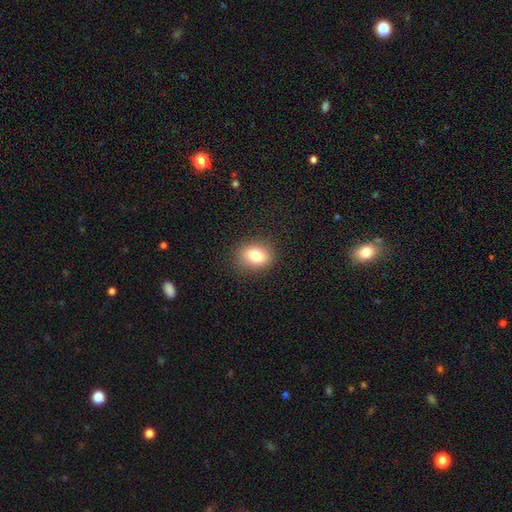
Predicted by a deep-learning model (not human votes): This appears to be a smooth galaxy with no disk features (78%) that is in between round and cigar-shaped (52%). Merging: none (87%).